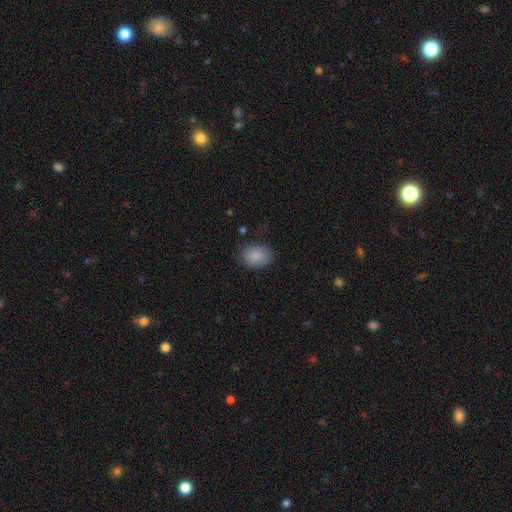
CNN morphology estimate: This appears to be a smooth galaxy with no disk features (87%) that is in between round and cigar-shaped (70%). Merging: none (81%).